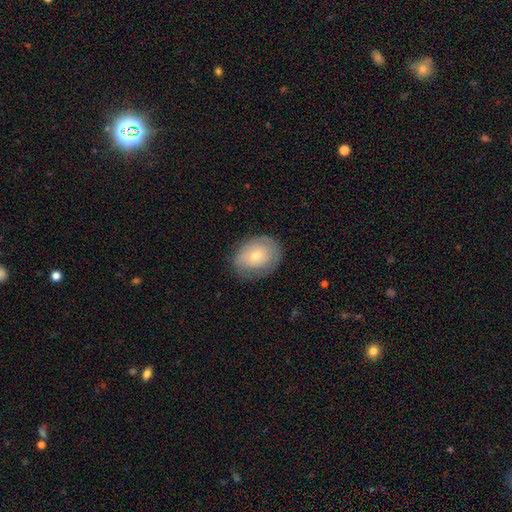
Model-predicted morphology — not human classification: Smooth or featured? smooth (57%)
How rounded? in between (59%)
Merging? none (76%)